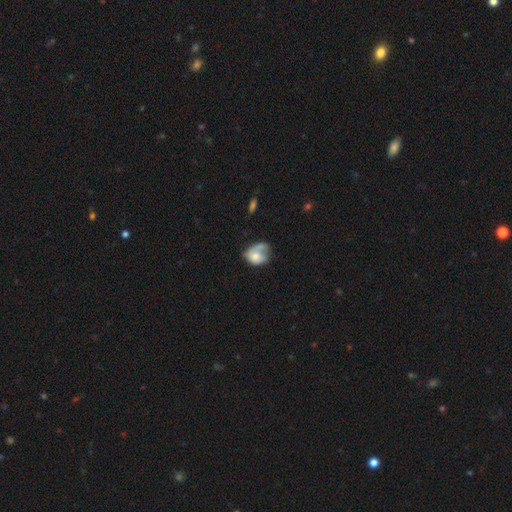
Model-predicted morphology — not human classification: smooth 54%, featured or disk 39%, star or artifact 7%. Down the decision tree: how rounded — in between (57%); merging — none (31%).